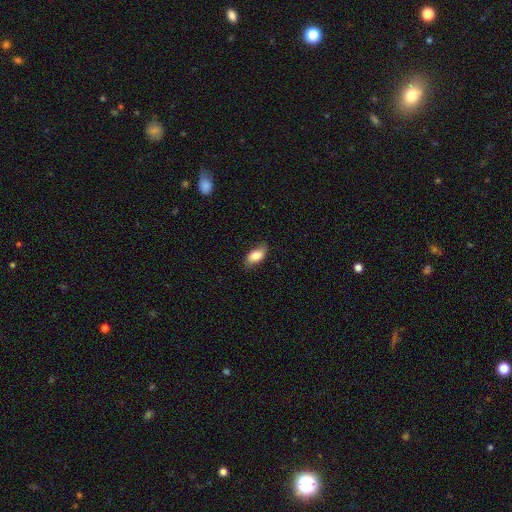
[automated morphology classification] smooth_or_featured: smooth (p=0.82) [alt: featured or disk p=0.12]
how_rounded: in between (p=0.91) [alt: cigar-shaped p=0.05]
merging: none (p=0.80) [alt: minor disturbance p=0.16]